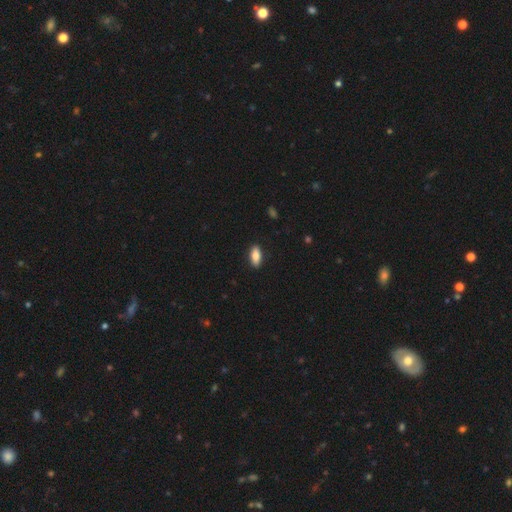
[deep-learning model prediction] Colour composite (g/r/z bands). It shows a smooth galaxy with no disk features (83%) that is in between round and cigar-shaped (85%). Merging: none (89%).